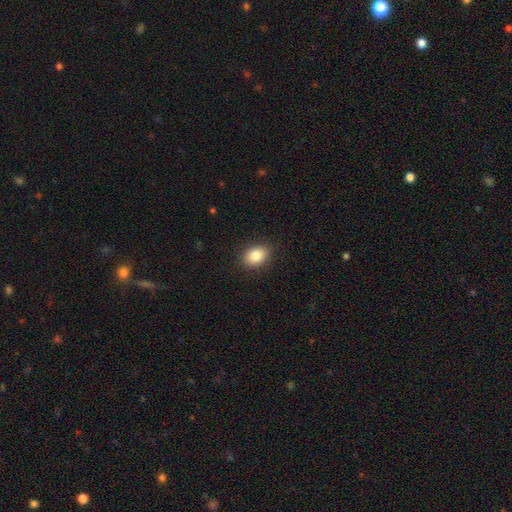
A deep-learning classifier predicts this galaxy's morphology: Smooth or featured?
  - smooth: 85% *
  - star or artifact: 8%
  - featured or disk: 7%
How rounded?
  - in between: 74% *
  - round: 24%
  - cigar-shaped: 1%
Merging?
  - none: 89% *
  - minor disturbance: 8%
  - major disturbance: 2%
  - merger: 1%